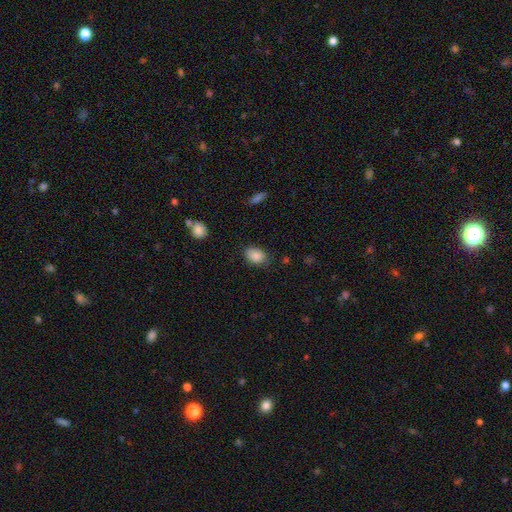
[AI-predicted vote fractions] Smooth or featured? smooth (86%)
How rounded? in between (77%)
Merging? none (74%)